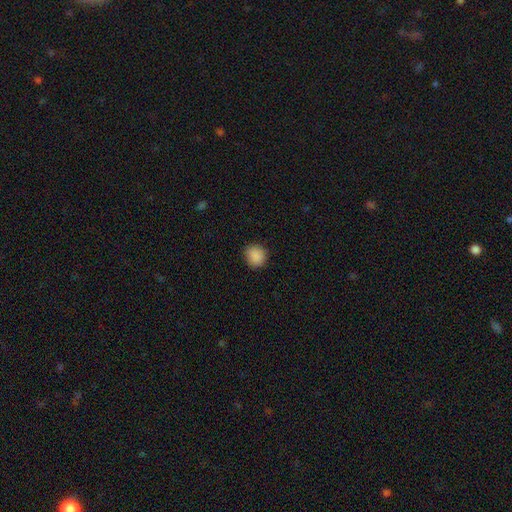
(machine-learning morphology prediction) type=smooth (88%); roundness=round (85%); merging=none (88%).